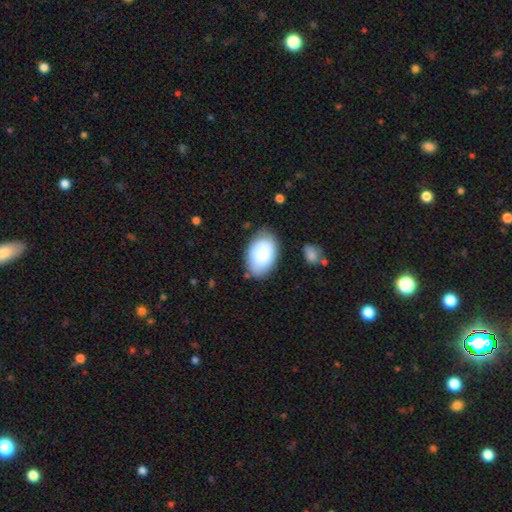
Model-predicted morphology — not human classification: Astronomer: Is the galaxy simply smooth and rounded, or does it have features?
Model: smooth — 84%.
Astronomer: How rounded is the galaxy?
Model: in between — 92%.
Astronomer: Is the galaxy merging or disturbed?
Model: none — 76%.